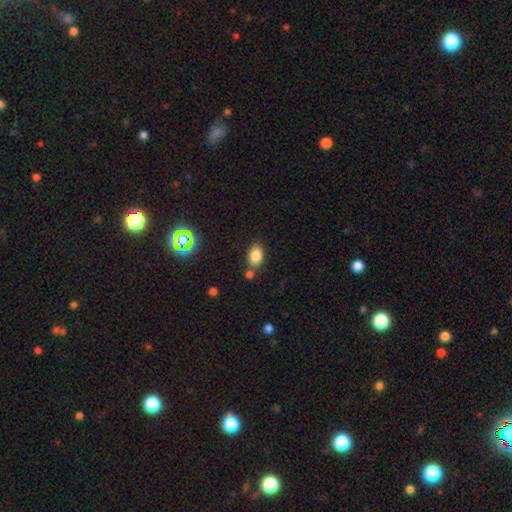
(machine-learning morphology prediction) This is clearly a smooth galaxy (82%). How rounded: clearly in between (83%). Merging: likely none (69%).